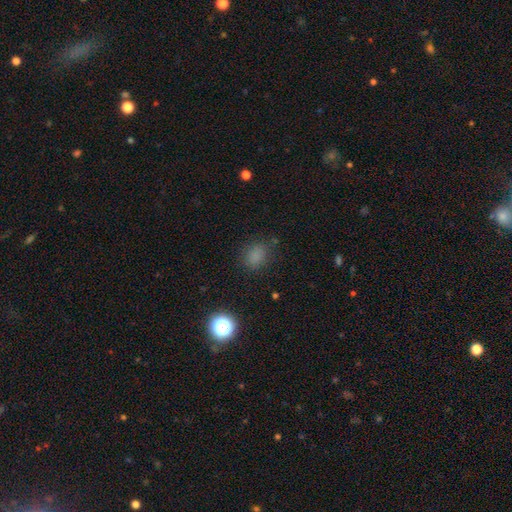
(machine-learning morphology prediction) type=smooth (77%); roundness=in between (54%); merging=none (78%).